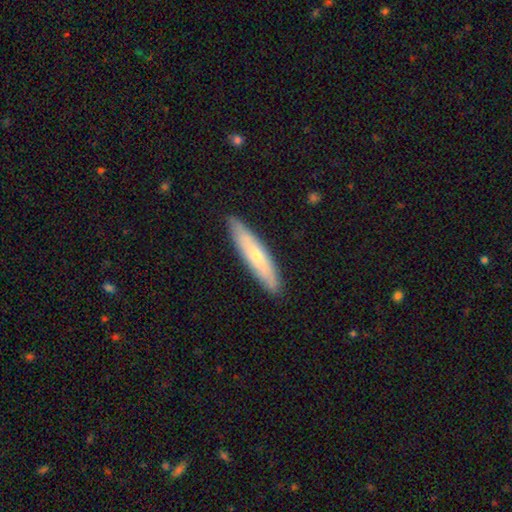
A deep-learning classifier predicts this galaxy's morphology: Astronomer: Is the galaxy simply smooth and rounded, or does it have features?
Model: smooth — 56% (runner-up: featured or disk, 38%).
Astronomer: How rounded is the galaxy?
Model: cigar-shaped — 84%.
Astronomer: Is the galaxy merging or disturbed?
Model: none — 87%.